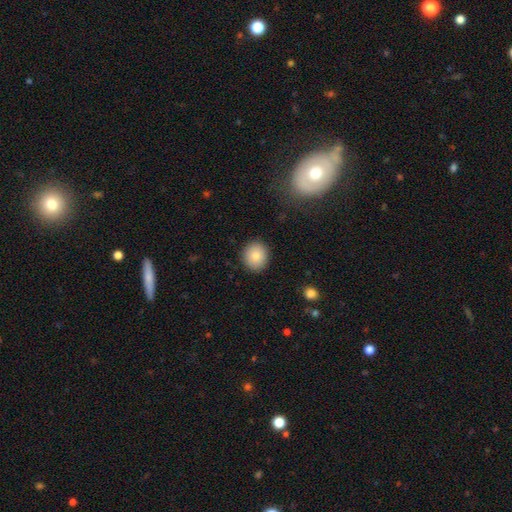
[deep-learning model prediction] A smooth galaxy with no disk features (83%) that is round (78%).

Vote fractions:
- Smooth or featured? smooth: 83% / star or artifact: 9% / featured or disk: 8%
- How rounded? round: 78% / in between: 21% / cigar-shaped: 1%
- Merging? none: 90% / minor disturbance: 7% / major disturbance: 2% / merger: 1%